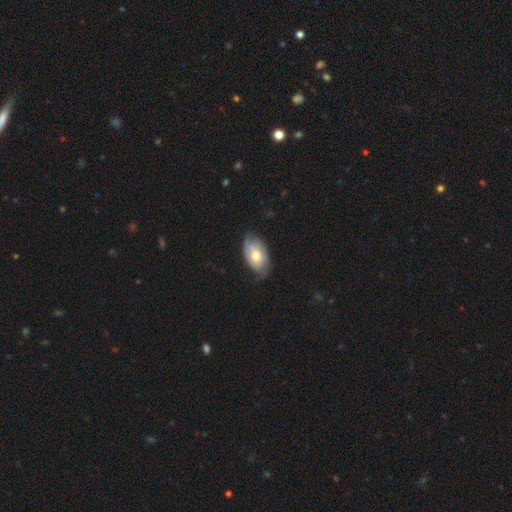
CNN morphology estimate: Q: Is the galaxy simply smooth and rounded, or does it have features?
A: smooth — 56%.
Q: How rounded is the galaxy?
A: in between — 90%.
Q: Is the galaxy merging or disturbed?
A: none — 57%.